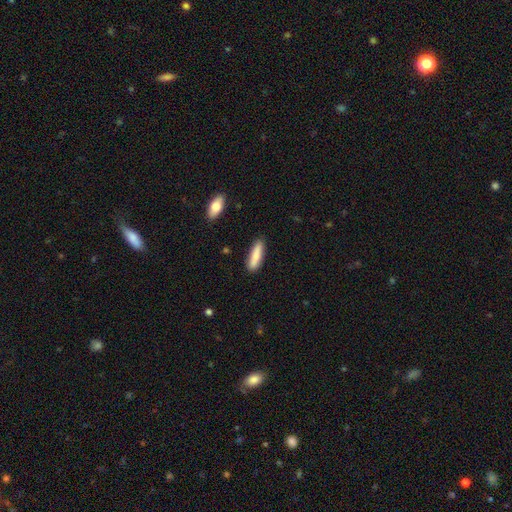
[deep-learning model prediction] Smooth or featured? smooth (81%)
How rounded? cigar-shaped (70%)
Merging? none (84%)